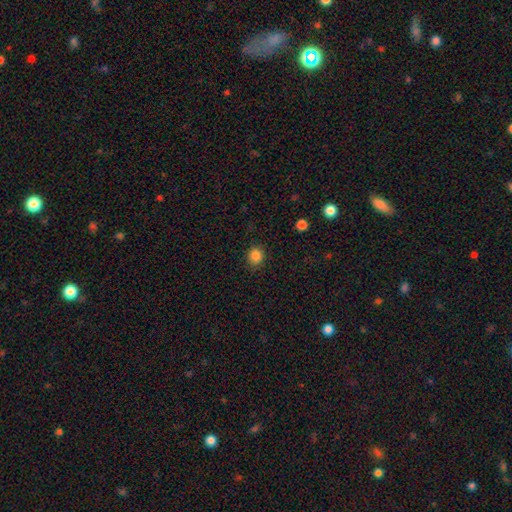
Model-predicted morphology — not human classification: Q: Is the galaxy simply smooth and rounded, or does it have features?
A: smooth — 85%.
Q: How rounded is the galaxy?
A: round — 82%.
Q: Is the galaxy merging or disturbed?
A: none — 89%.